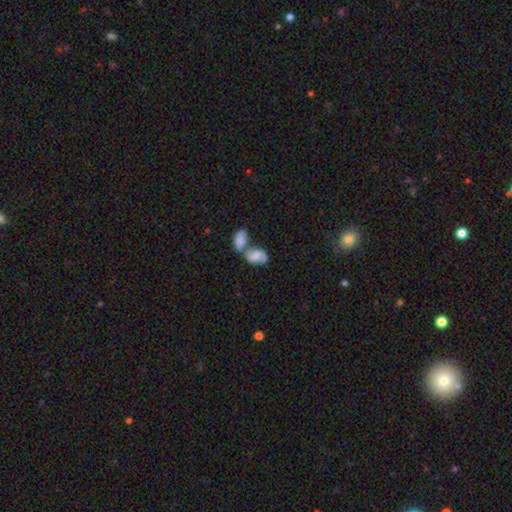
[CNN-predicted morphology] Smooth or featured: smooth — 54% (featured or disk — 38%)
How rounded: in between — 88% (round — 9%)
Merging: merger — 66% (none — 20%)